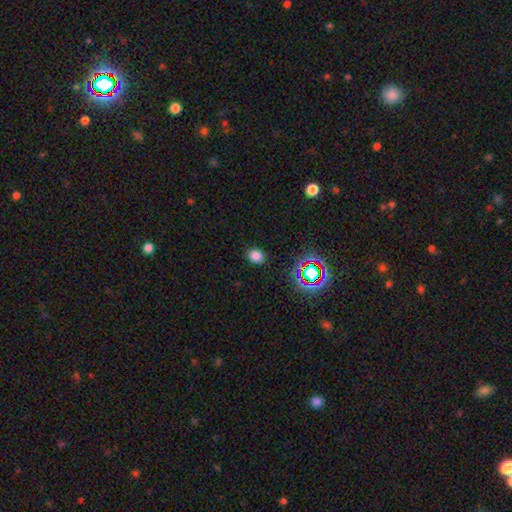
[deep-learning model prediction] smooth_or_featured: smooth (p=0.77) [alt: star or artifact p=0.18]
how_rounded: round (p=0.56) [alt: in between p=0.43]
merging: none (p=0.88) [alt: minor disturbance p=0.08]